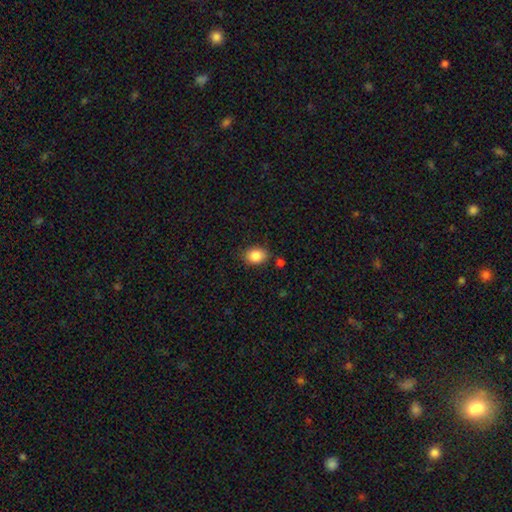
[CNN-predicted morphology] A smooth galaxy with no disk features (86%) that is in between round and cigar-shaped (64%). Merging: none (79%).